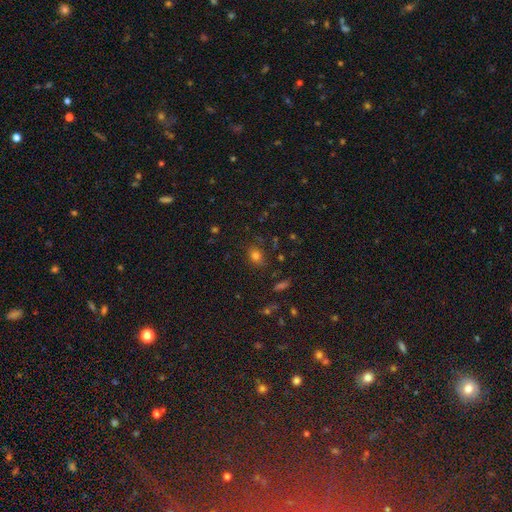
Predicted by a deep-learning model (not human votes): smooth_or_featured: smooth (p=0.73) [alt: star or artifact p=0.19]
how_rounded: round (p=0.58) [alt: in between p=0.41]
merging: none (p=0.76) [alt: minor disturbance p=0.16]